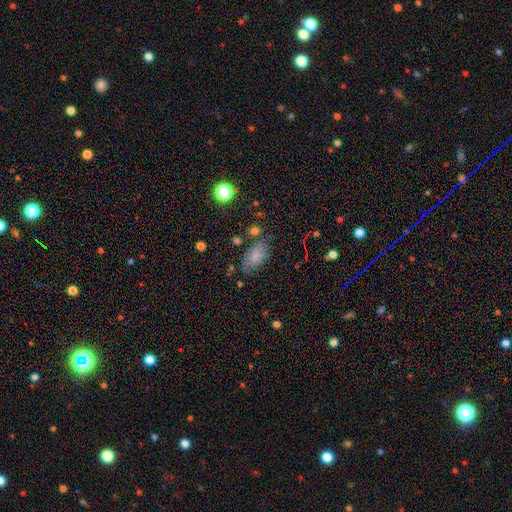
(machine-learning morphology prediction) Q: Smooth or featured?
A: smooth (79%); runner-up: star or artifact (12%)
Q: How rounded?
A: in between (91%); runner-up: round (6%)
Q: Merging?
A: none (67%); runner-up: minor disturbance (21%)